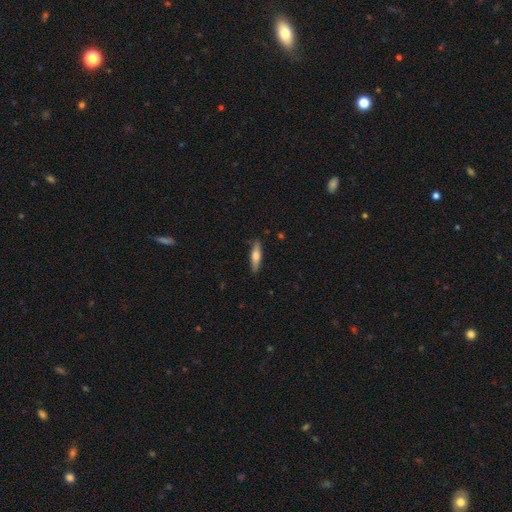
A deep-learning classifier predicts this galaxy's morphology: type=smooth (60%); roundness=cigar-shaped (69%); merging=none (88%).